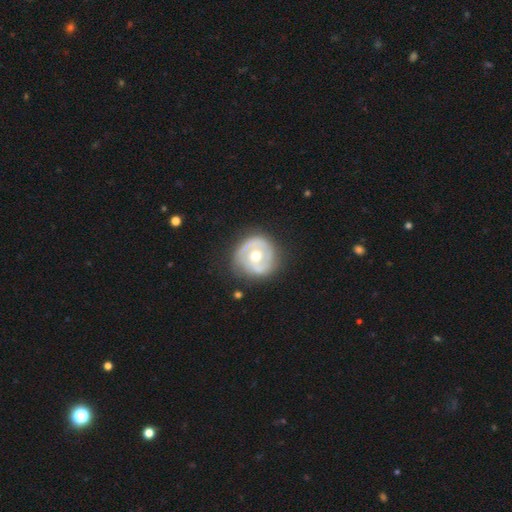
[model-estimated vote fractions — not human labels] Morphology: type=featured or disk (69%); edge-on=no (97%); bar=no (73%); spiral arms=yes (62%); bulge=moderate (77%); merging=none (72%).